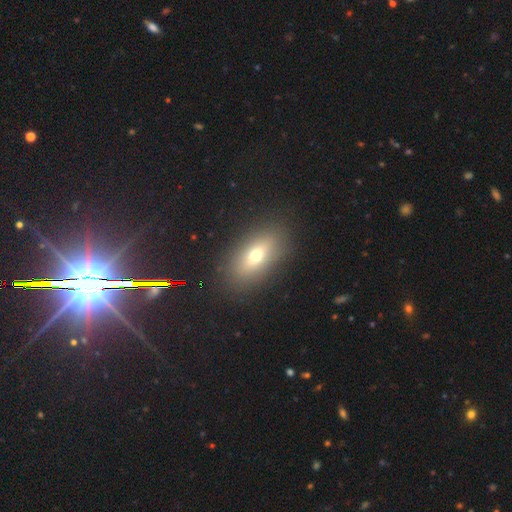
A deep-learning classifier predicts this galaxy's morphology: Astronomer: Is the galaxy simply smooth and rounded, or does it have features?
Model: smooth — 64%.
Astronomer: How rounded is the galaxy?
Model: in between — 79%.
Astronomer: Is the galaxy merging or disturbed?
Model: none — 86%.